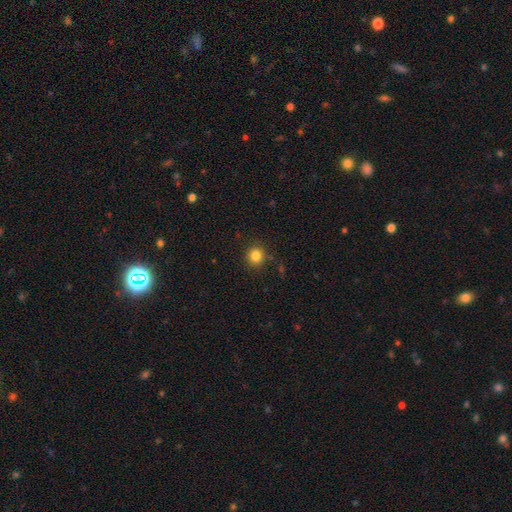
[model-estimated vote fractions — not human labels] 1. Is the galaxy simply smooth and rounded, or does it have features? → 83% smooth, 12% star or artifact, 5% featured or disk.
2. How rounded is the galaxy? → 90% round, 9% in between, 1% cigar-shaped.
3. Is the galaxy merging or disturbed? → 88% none, 8% minor disturbance, 2% major disturbance, 2% merger.